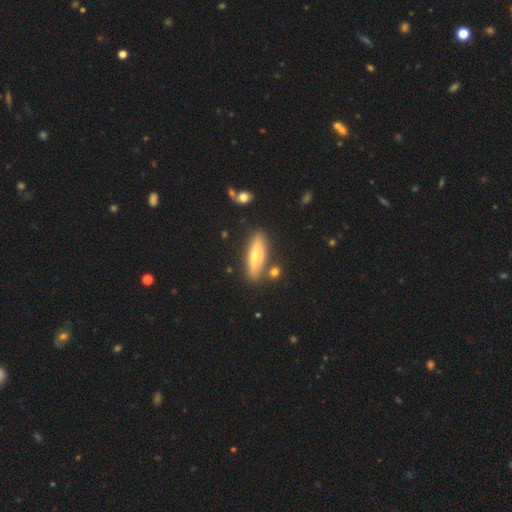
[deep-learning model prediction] Smooth or featured?
  - smooth: 51% *
  - featured or disk: 42%
  - star or artifact: 6%
How rounded?
  - cigar-shaped: 68% *
  - in between: 29%
  - round: 2%
Merging?
  - none: 81% *
  - minor disturbance: 11%
  - merger: 5%
  - major disturbance: 3%